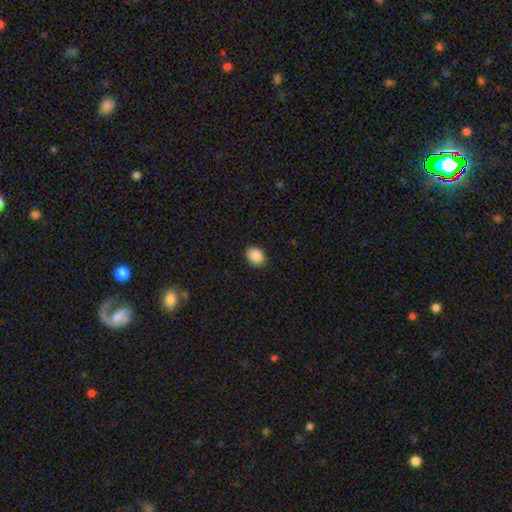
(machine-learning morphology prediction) smooth-or-featured: smooth: 89% | star or artifact: 8% | featured or disk: 3%
  how-rounded: in between: 63% | round: 36% | cigar-shaped: 1%
  merging: none: 87% | minor disturbance: 10% | major disturbance: 2% | merger: 1%